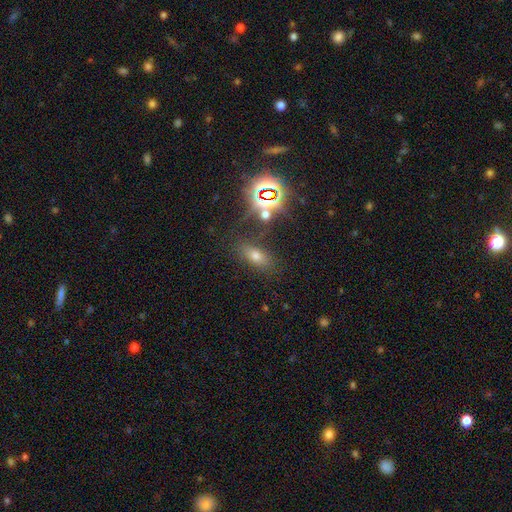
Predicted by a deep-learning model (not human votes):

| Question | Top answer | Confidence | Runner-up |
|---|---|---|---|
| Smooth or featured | smooth | 54% | star or artifact (31%) |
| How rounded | in between | 72% | cigar-shaped (16%) |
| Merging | none | 78% | minor disturbance (11%) |